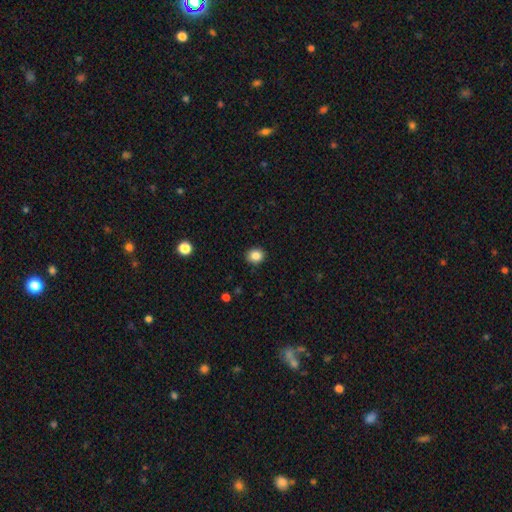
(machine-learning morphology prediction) This appears to be a smooth galaxy with no disk features (85%) that is round (76%). Merging: none (91%).